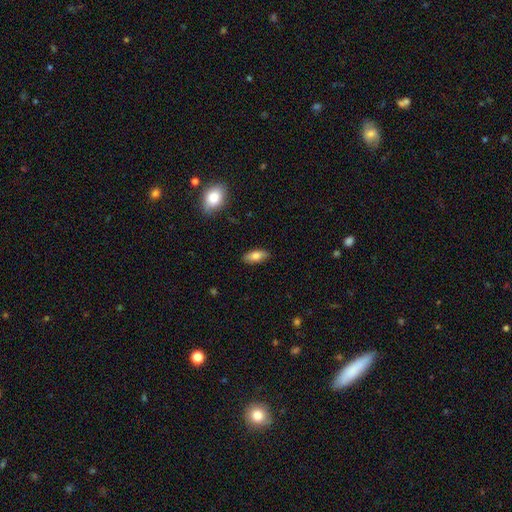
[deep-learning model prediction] Overall: smooth (80%). How rounded: in between (84%). Merging: none (87%).